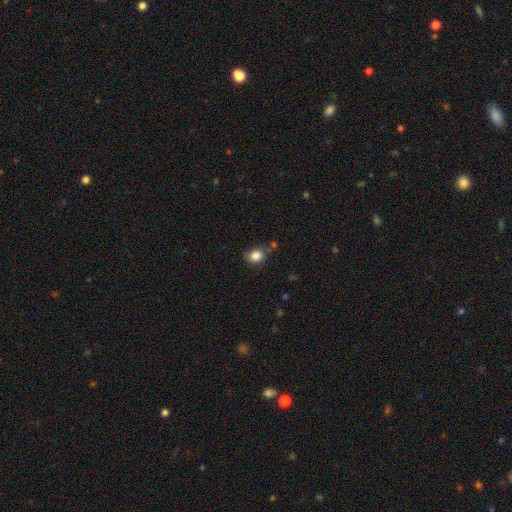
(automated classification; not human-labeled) This is clearly a smooth galaxy (85%). How rounded: possibly round (56%). Merging: likely none (70%).